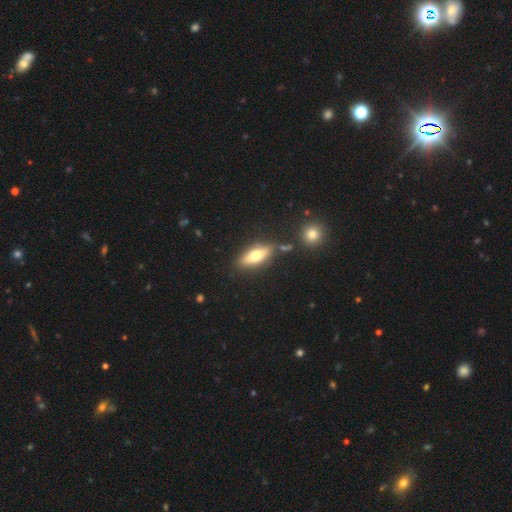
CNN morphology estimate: This is possibly a smooth galaxy (57%). How rounded: likely in between (60%). Merging: likely none (79%).